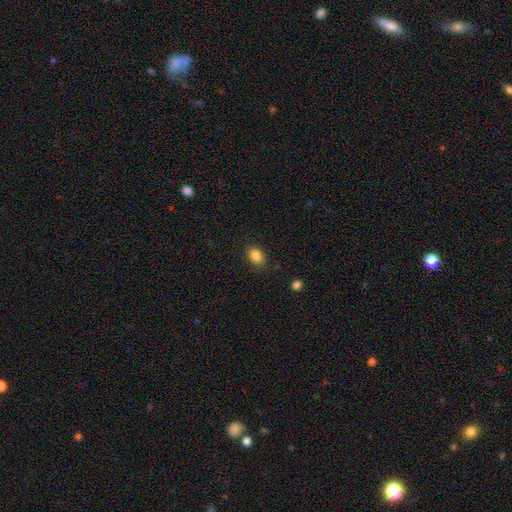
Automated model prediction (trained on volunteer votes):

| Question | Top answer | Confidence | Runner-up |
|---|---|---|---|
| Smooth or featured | smooth | 86% | star or artifact (9%) |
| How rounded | in between | 76% | round (22%) |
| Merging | none | 85% | minor disturbance (11%) |